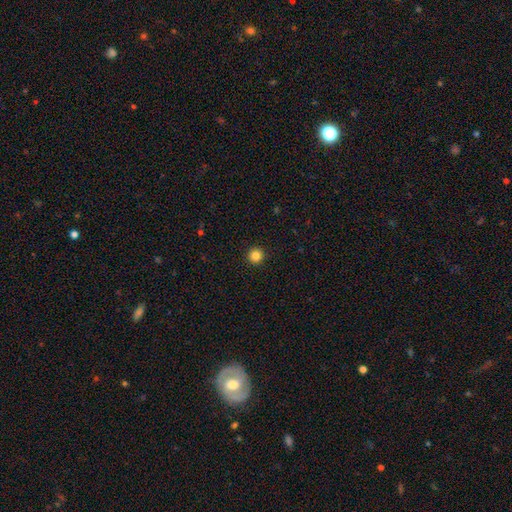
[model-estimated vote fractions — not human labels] Q: Smooth or featured?
A: smooth (84%); runner-up: star or artifact (12%)
Q: How rounded?
A: round (96%); runner-up: in between (3%)
Q: Merging?
A: none (94%); runner-up: minor disturbance (4%)